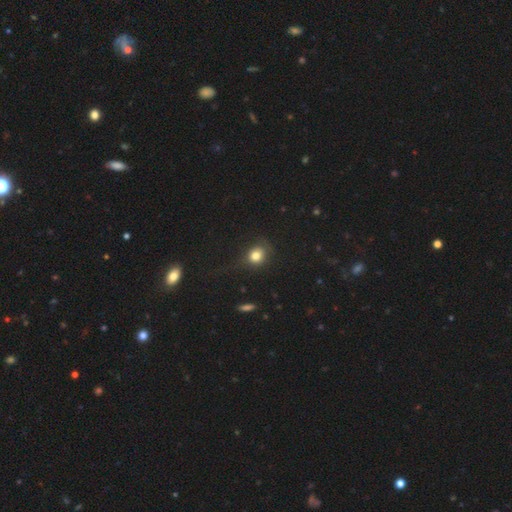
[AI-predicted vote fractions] Smooth or featured? Predicted: smooth (p=0.79). How rounded? Predicted: round (p=0.69). Merging? Predicted: none (p=0.69).